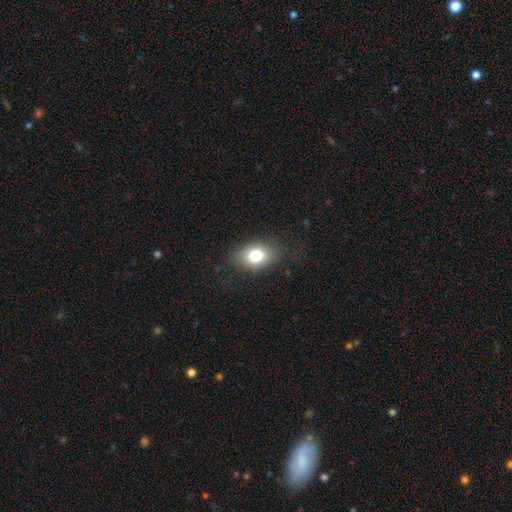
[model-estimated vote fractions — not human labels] Morphology: type=smooth (74%); roundness=in between (72%); merging=none (79%).